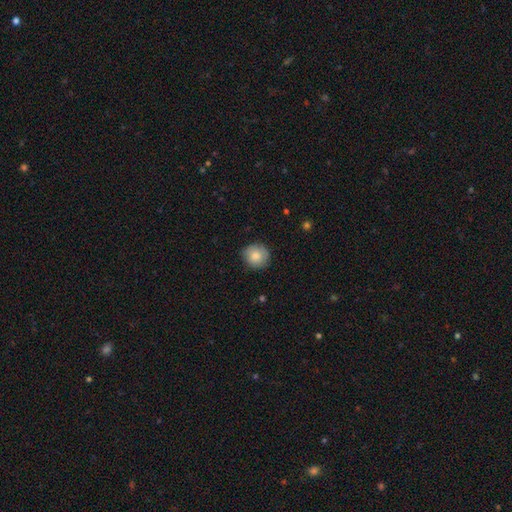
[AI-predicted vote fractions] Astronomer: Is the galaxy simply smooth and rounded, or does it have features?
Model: smooth — 83%.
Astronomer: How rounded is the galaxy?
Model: round — 92%.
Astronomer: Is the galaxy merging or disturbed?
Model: none — 85%.